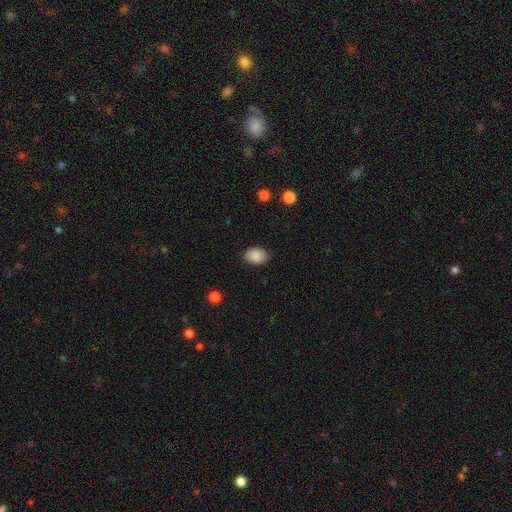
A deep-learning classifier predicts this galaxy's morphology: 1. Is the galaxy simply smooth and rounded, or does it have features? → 89% smooth, 8% star or artifact, 4% featured or disk.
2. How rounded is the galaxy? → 76% in between, 23% round, 1% cigar-shaped.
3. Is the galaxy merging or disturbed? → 85% none, 11% minor disturbance, 3% major disturbance, 1% merger.